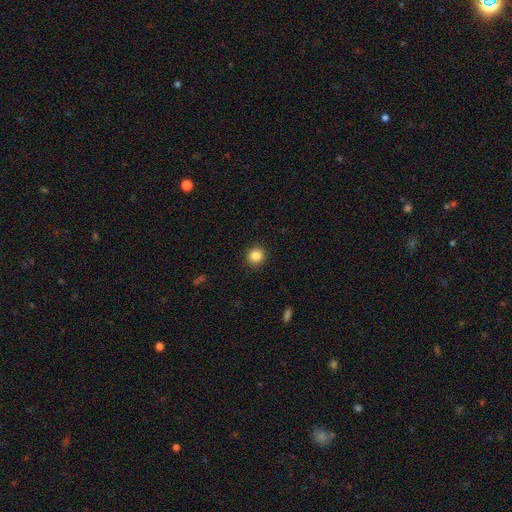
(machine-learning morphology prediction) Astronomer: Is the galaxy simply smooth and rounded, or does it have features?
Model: smooth — 85%.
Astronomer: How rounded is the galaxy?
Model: round — 93%.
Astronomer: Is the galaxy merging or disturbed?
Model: none — 92%.